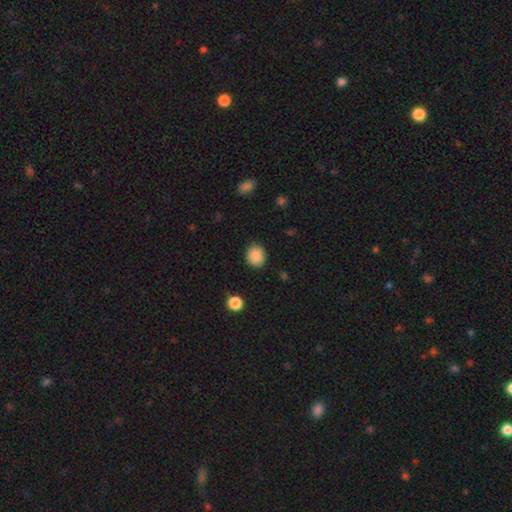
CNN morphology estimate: This appears to be a smooth galaxy with no disk features (87%) that is round (77%). Merging: none (87%).